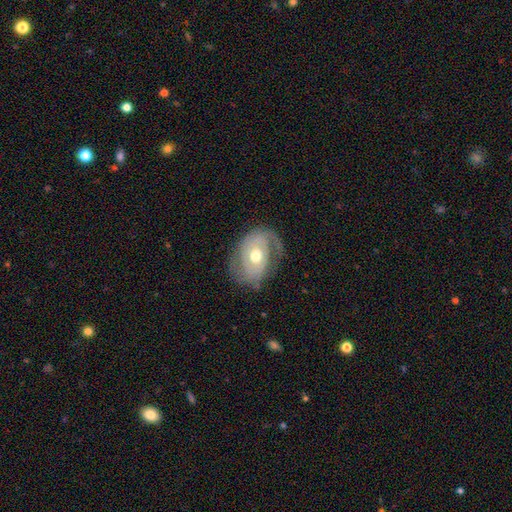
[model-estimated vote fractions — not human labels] Overall: featured or disk (76%). Edge-on disk: no (96%). Bar: no (69%). Spiral arms: yes (83%). Spiral arm count: 2 (61%). Spiral winding: tight (50%; medium 34%). Bulge size: moderate (77%). Merging: none (67%).